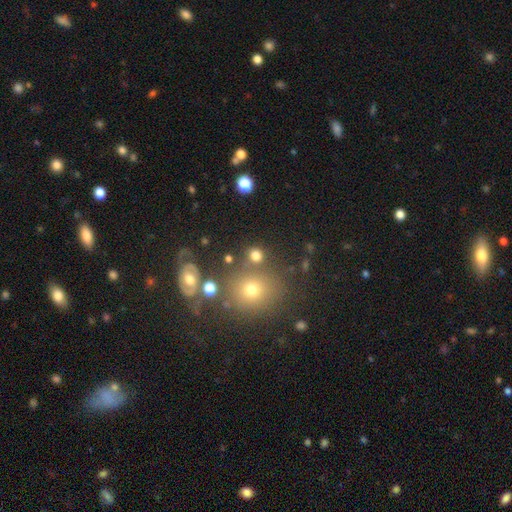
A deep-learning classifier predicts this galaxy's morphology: Smooth or featured? Predicted: smooth (p=0.75). How rounded? Predicted: round (p=0.84). Merging? Predicted: none (p=0.74).